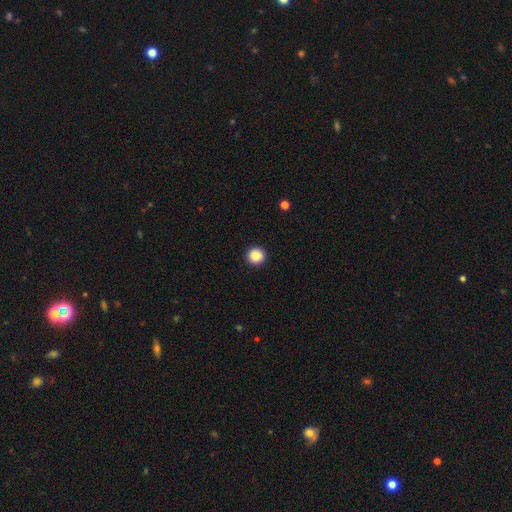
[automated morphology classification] Q: Smooth or featured?
A: smooth (88%); runner-up: star or artifact (9%)
Q: How rounded?
A: round (94%); runner-up: in between (5%)
Q: Merging?
A: none (93%); runner-up: minor disturbance (5%)